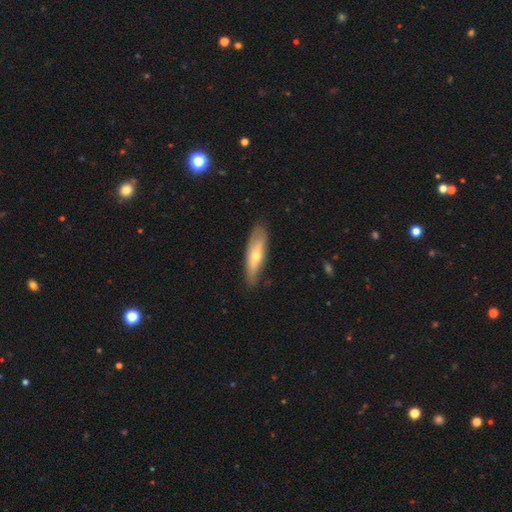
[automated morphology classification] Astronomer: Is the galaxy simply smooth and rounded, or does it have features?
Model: smooth — 52% (runner-up: featured or disk, 42%).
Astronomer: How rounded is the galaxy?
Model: cigar-shaped — 56% (runner-up: in between, 42%).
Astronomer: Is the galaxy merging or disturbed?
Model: none — 80%.